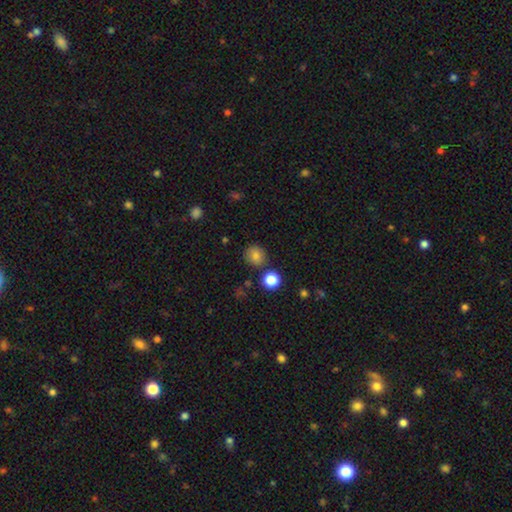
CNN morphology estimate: A smooth galaxy with no disk features (80%) that is round (88%). Merging: none (82%).